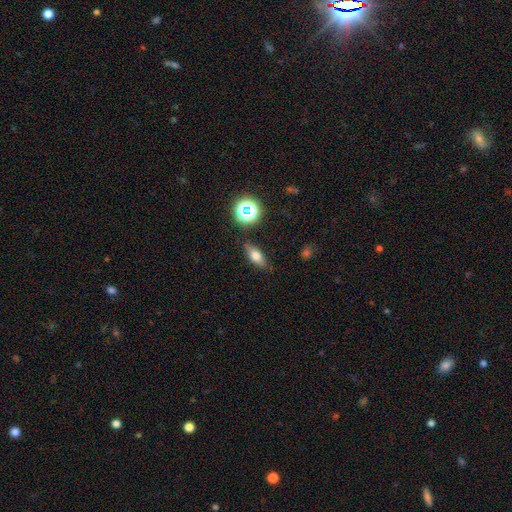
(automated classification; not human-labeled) Q: Smooth or featured?
A: smooth (67%); runner-up: featured or disk (20%)
Q: How rounded?
A: in between (68%); runner-up: cigar-shaped (23%)
Q: Merging?
A: none (83%); runner-up: minor disturbance (12%)